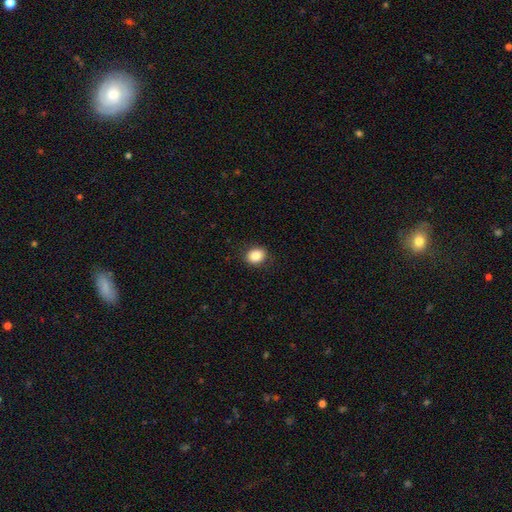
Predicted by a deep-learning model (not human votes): Smooth or featured? smooth (86%)
How rounded? round (50%)
Merging? none (87%)